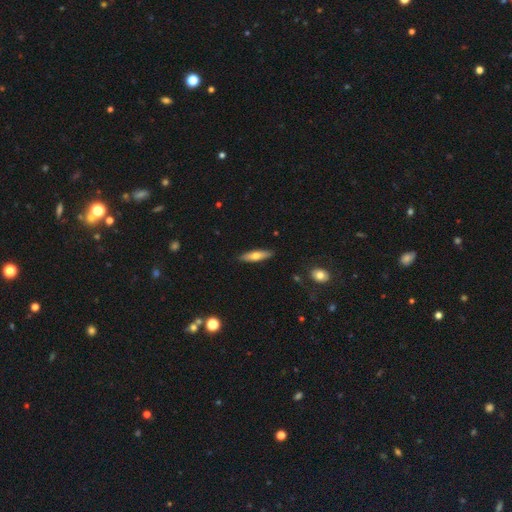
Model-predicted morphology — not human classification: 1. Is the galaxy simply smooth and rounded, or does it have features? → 60% smooth, 34% featured or disk, 6% star or artifact.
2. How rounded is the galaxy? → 69% cigar-shaped, 29% in between, 2% round.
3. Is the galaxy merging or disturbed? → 88% none, 9% minor disturbance, 2% major disturbance, 1% merger.